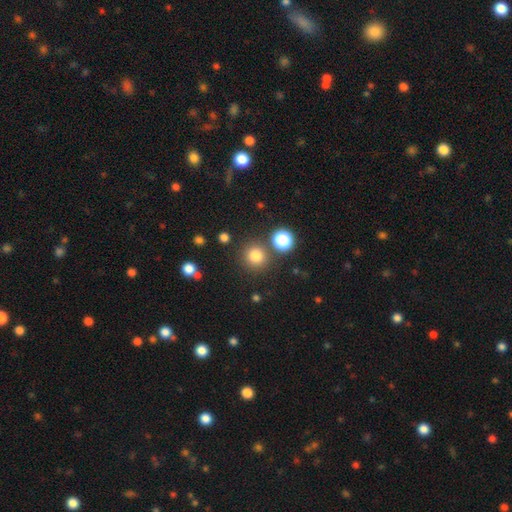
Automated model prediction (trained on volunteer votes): smooth_or_featured: smooth (p=0.80) [alt: star or artifact p=0.14]
how_rounded: round (p=0.93) [alt: in between p=0.06]
merging: none (p=0.83) [alt: minor disturbance p=0.07]